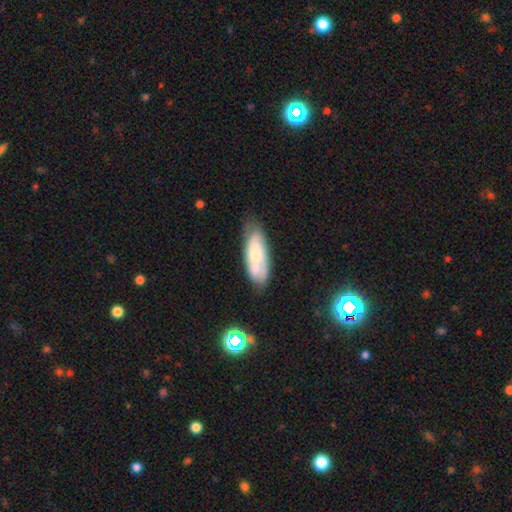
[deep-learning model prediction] Smooth or featured?
  - smooth: 50% *
  - featured or disk: 42%
  - star or artifact: 8%
Merging?
  - none: 63% *
  - minor disturbance: 25%
  - major disturbance: 7%
  - merger: 5%